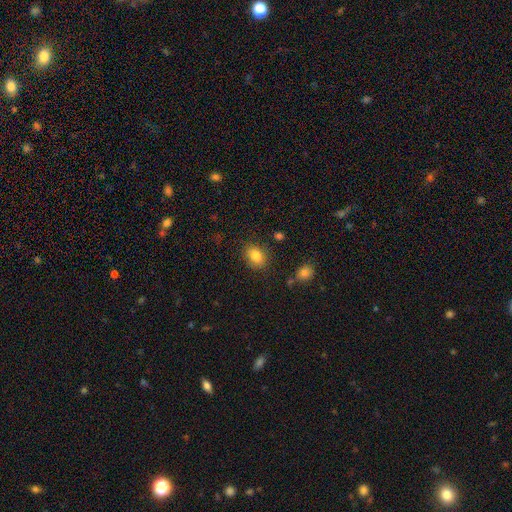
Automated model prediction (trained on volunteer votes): Q: Smooth or featured?
A: smooth (83%); runner-up: star or artifact (10%)
Q: How rounded?
A: in between (68%); runner-up: round (31%)
Q: Merging?
A: none (82%); runner-up: minor disturbance (12%)